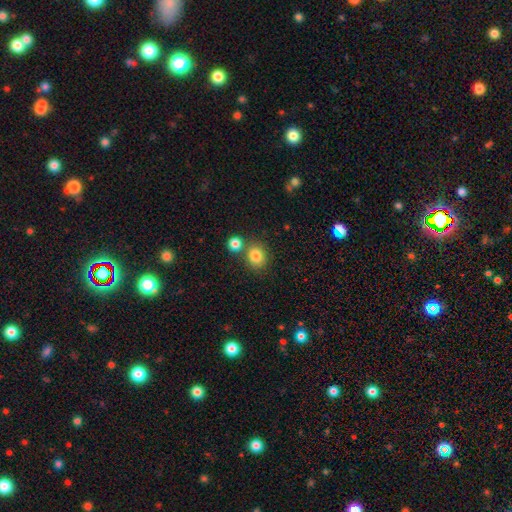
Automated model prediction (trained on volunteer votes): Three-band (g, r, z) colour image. It shows a smooth galaxy with no disk features (83%) that is round (66%). Merging: none (66%).